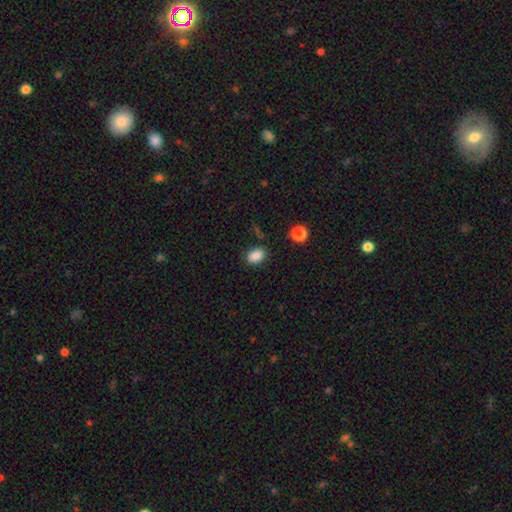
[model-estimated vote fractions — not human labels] smooth 85%, star or artifact 10%, featured or disk 5%. Down the decision tree: how rounded — in between (78%); merging — none (81%).